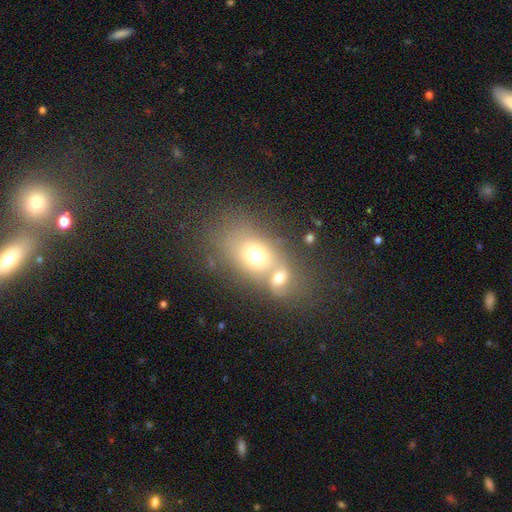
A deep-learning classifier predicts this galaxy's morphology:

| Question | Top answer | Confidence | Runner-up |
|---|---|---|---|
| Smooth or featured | smooth | 63% | featured or disk (23%) |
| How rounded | in between | 62% | round (36%) |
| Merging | merger | 64% | none (22%) |